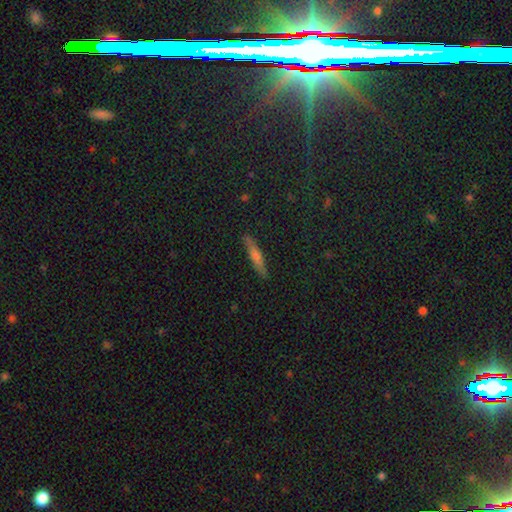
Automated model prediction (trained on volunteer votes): Smooth or featured?
  - smooth: 50% *
  - featured or disk: 40%
  - star or artifact: 10%
How rounded?
  - cigar-shaped: 89% *
  - in between: 9%
  - round: 2%
Merging?
  - none: 87% *
  - minor disturbance: 9%
  - major disturbance: 2%
  - merger: 1%